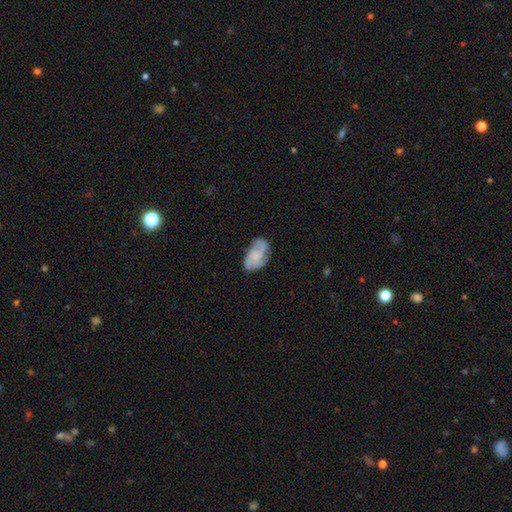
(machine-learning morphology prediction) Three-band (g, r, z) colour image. It shows a featured or disk galaxy (54%) with no bar (74%), spiral arms (83%) and a small central bulge (39%). Merging: none (60%).